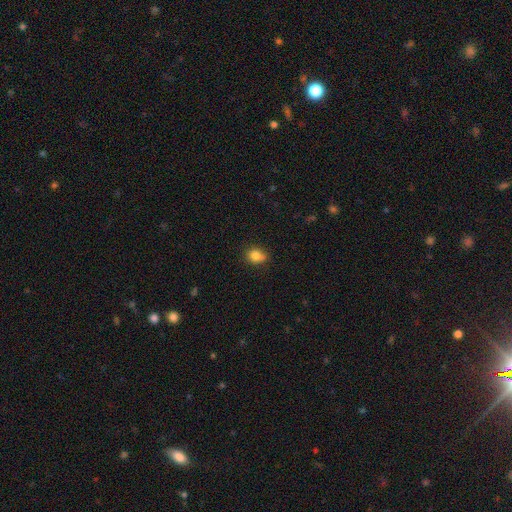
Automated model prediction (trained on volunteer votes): This is clearly a smooth galaxy (82%). How rounded: likely round (63%). Merging: likely none (68%).